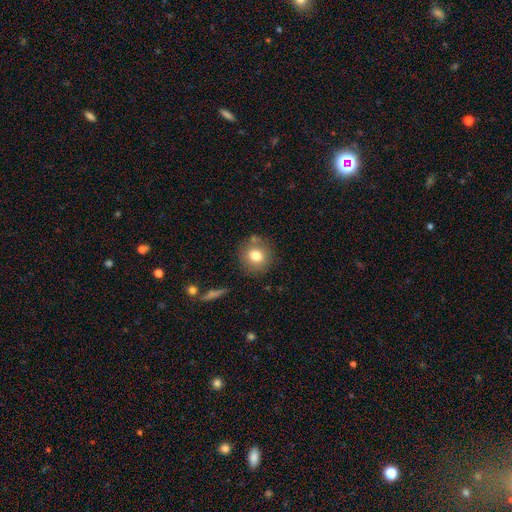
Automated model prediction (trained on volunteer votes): Smooth or featured?
  - smooth: 78% *
  - featured or disk: 12%
  - star or artifact: 10%
How rounded?
  - round: 88% *
  - in between: 11%
  - cigar-shaped: 1%
Merging?
  - none: 81% *
  - minor disturbance: 11%
  - merger: 4%
  - major disturbance: 3%